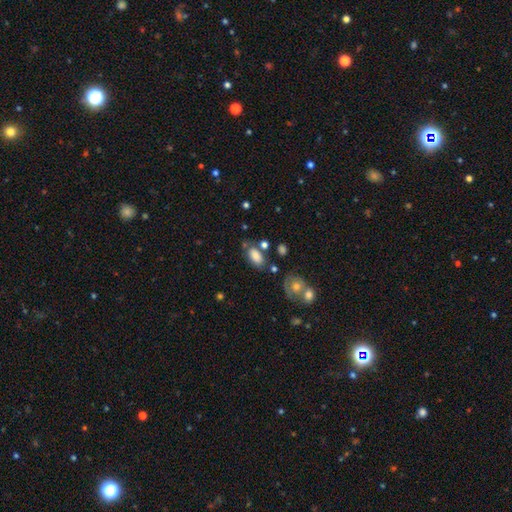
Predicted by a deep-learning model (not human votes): smooth 82%, featured or disk 9%, star or artifact 9%. Down the decision tree: how rounded — in between (91%); merging — none (63%).